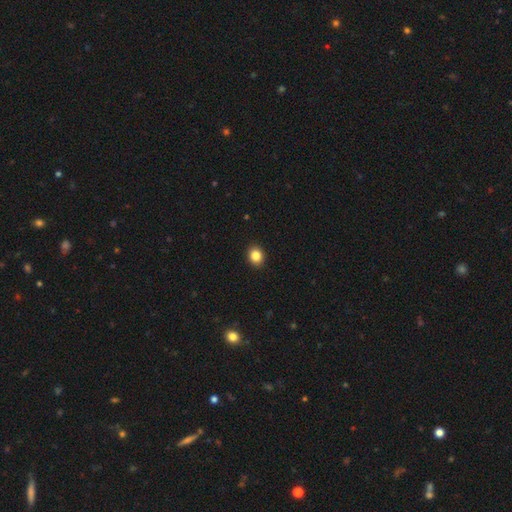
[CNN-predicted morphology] Smooth or featured? Predicted: smooth (p=0.85). How rounded? Predicted: round (p=0.61). Merging? Predicted: none (p=0.92).